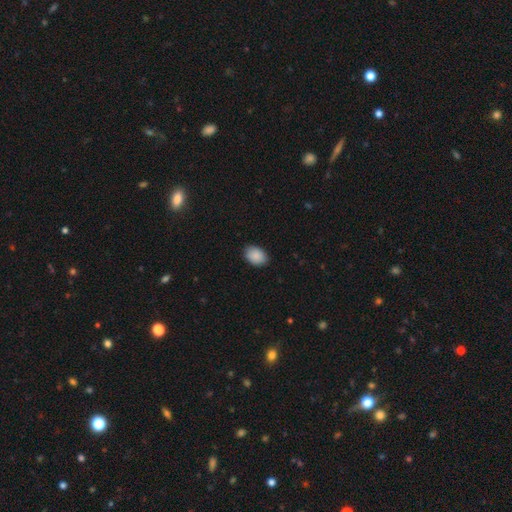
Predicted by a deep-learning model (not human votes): This is clearly a smooth galaxy (90%). How rounded: likely in between (78%). Merging: clearly none (87%).